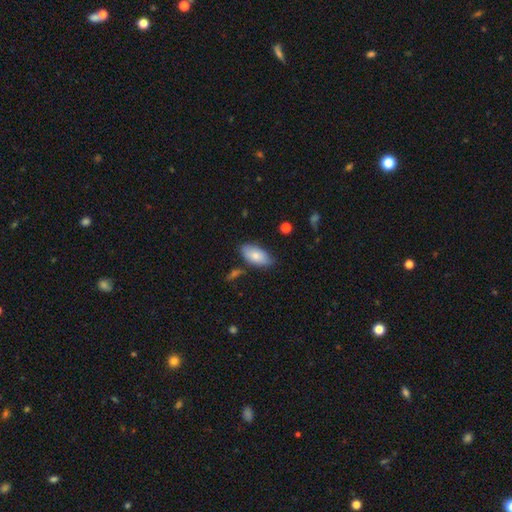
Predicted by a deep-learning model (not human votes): A smooth galaxy with no disk features (79%) that is in between round and cigar-shaped (94%). Merging: none (73%).